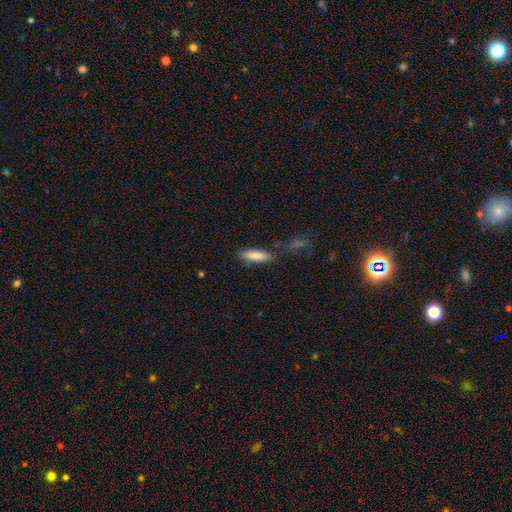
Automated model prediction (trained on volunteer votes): smooth-or-featured: smooth: 85% | featured or disk: 9% | star or artifact: 7%
  how-rounded: cigar-shaped: 59% | in between: 39% | round: 2%
  merging: none: 76% | minor disturbance: 14% | merger: 5% | major disturbance: 4%